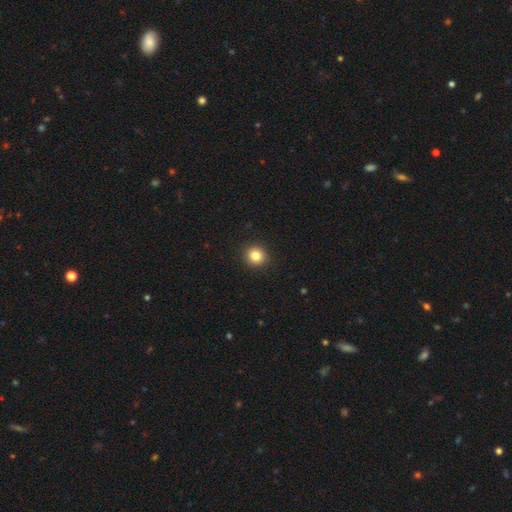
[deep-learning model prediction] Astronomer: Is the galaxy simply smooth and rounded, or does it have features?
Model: smooth — 83%.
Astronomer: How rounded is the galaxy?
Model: round — 92%.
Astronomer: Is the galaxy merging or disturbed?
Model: none — 93%.